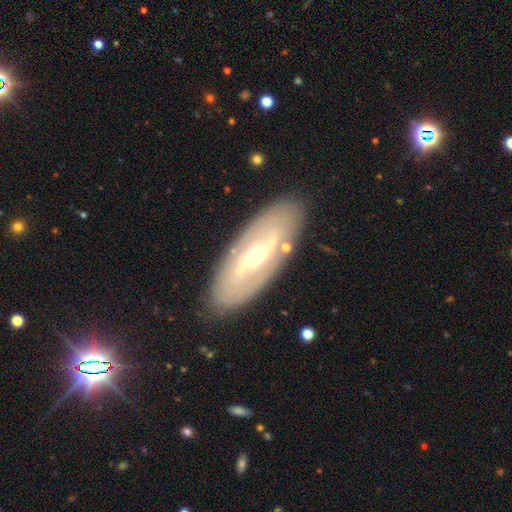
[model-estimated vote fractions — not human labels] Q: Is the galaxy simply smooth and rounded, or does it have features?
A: featured or disk — 74%.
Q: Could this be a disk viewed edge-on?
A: no — 84%.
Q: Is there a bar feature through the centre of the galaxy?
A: weak — 40%.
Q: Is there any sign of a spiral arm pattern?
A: yes — 57%.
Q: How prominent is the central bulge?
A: moderate — 67%.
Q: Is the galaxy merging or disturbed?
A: none — 85%.